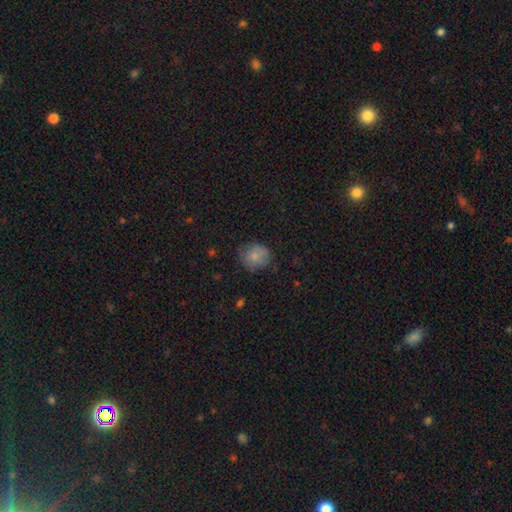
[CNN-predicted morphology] Overall: smooth (79%). How rounded: round (77%). Merging: none (69%).